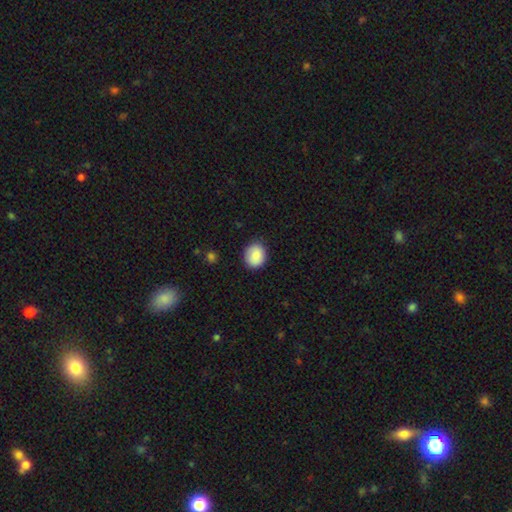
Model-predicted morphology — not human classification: A smooth galaxy with no disk features (88%) that is round (64%). Merging: none (85%).